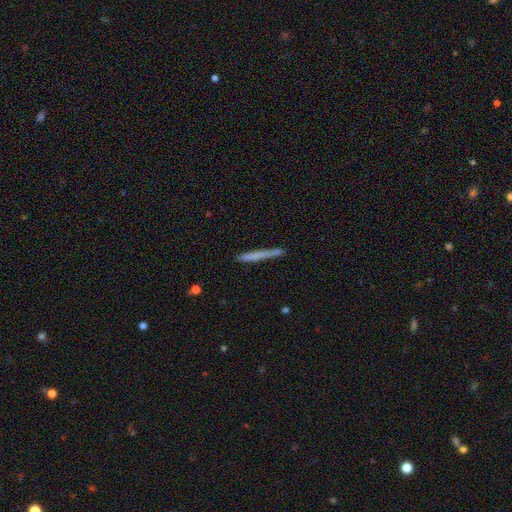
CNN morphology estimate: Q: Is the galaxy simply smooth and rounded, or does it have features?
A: smooth — 66%.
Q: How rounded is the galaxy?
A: cigar-shaped — 97%.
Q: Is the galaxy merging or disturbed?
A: none — 82%.